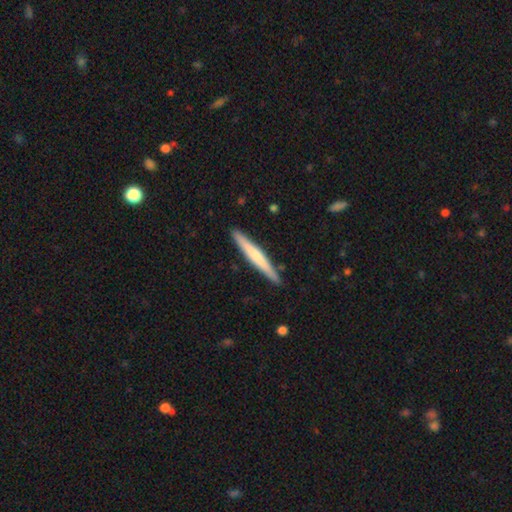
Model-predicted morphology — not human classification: Q: Smooth or featured?
A: smooth (52%); runner-up: featured or disk (43%)
Q: How rounded?
A: cigar-shaped (96%); runner-up: in between (3%)
Q: Merging?
A: none (90%); runner-up: minor disturbance (7%)